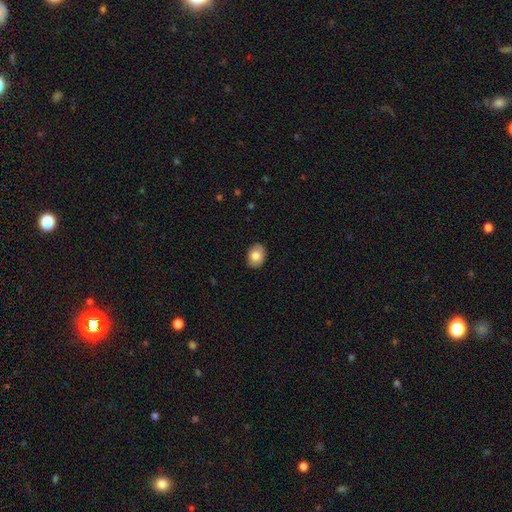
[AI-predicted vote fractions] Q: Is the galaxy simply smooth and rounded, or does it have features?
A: smooth — 80%.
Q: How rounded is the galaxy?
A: in between — 68%.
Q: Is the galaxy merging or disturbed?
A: none — 88%.